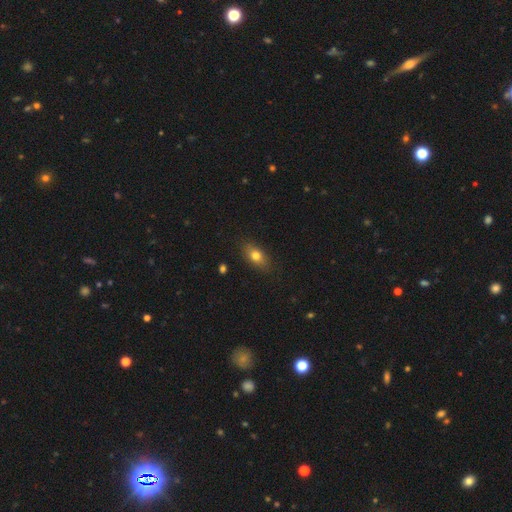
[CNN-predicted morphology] Smooth or featured?
  - smooth: 77% *
  - featured or disk: 15%
  - star or artifact: 9%
How rounded?
  - in between: 81% *
  - round: 11%
  - cigar-shaped: 7%
Merging?
  - none: 85% *
  - minor disturbance: 11%
  - major disturbance: 3%
  - merger: 1%